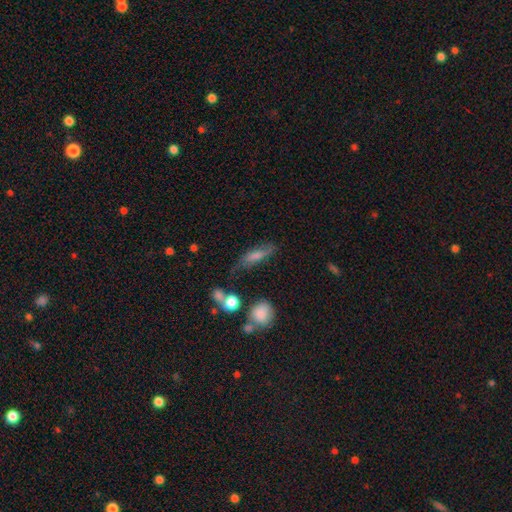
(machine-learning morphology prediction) Q: Smooth or featured?
A: smooth (53%); runner-up: featured or disk (34%)
Q: How rounded?
A: cigar-shaped (49%); runner-up: in between (44%)
Q: Merging?
A: none (60%); runner-up: minor disturbance (23%)